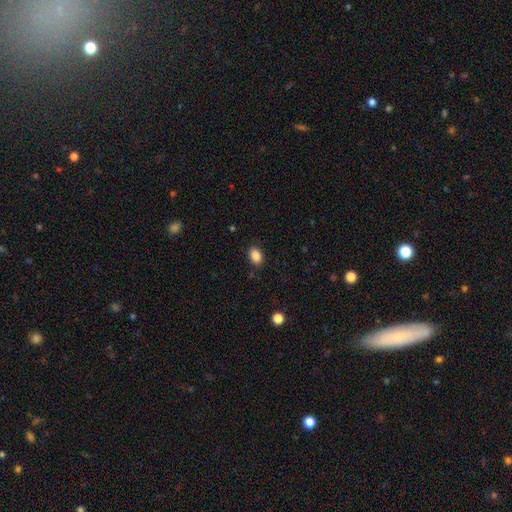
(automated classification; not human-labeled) Overall: smooth (87%). How rounded: in between (83%). Merging: none (87%).